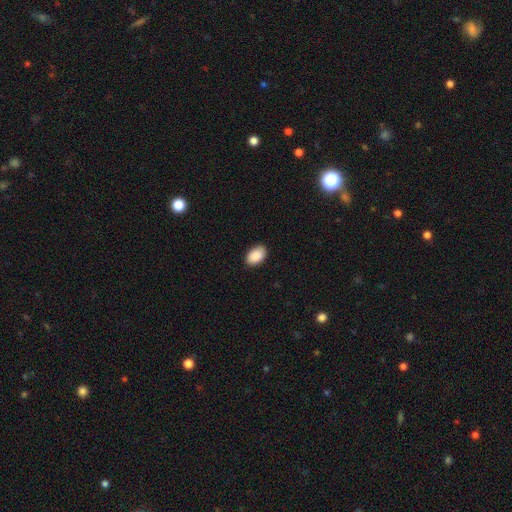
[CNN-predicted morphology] Smooth or featured? Predicted: smooth (p=0.90). How rounded? Predicted: in between (p=0.91). Merging? Predicted: none (p=0.88).